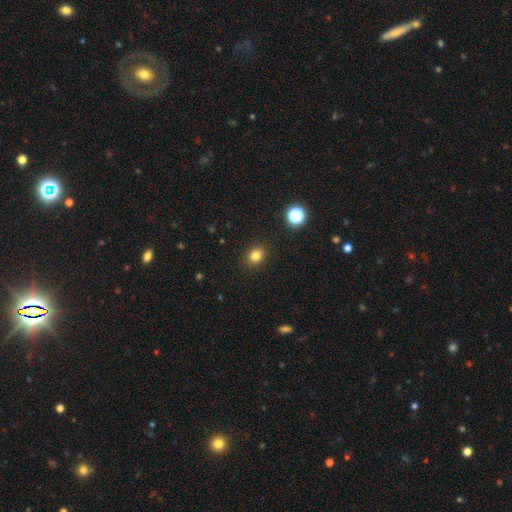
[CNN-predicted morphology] smooth 81%, star or artifact 13%, featured or disk 5%. Down the decision tree: how rounded — round (58%); merging — none (88%).